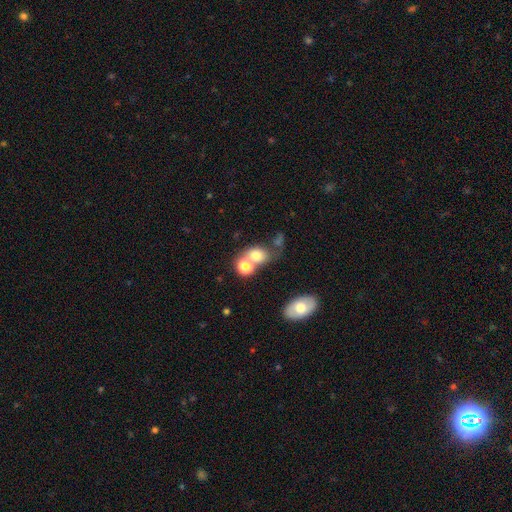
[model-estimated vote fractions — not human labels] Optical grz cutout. It shows a smooth galaxy with no disk features (73%) that is in between round and cigar-shaped (51%). Merging: merger (44%).